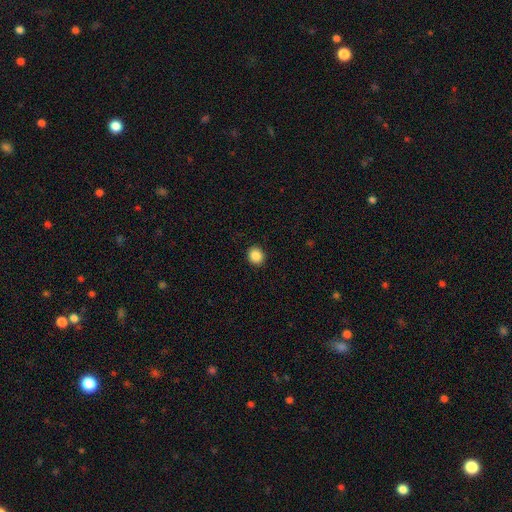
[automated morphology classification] Smooth or featured: smooth — 87% (star or artifact — 9%)
How rounded: round — 80% (in between — 19%)
Merging: none — 92% (minor disturbance — 6%)